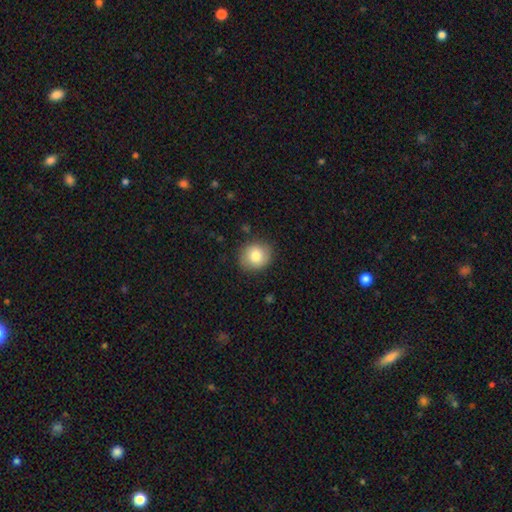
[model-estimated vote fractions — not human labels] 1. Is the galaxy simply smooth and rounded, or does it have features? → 81% smooth, 10% featured or disk, 8% star or artifact.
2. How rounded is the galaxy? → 81% round, 18% in between, 1% cigar-shaped.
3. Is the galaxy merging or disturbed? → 87% none, 10% minor disturbance, 3% major disturbance, 1% merger.